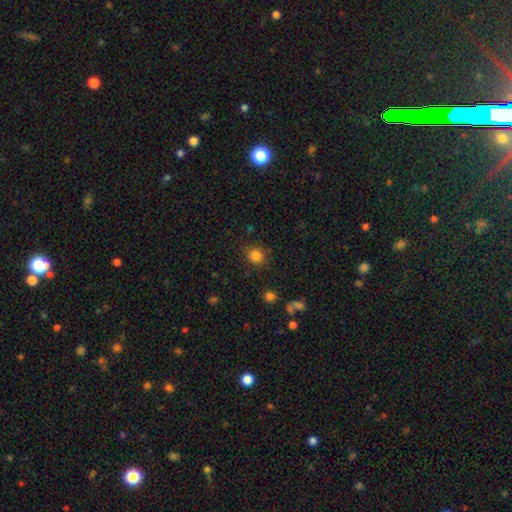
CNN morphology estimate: Smooth or featured?
  - smooth: 83% *
  - star or artifact: 12%
  - featured or disk: 5%
How rounded?
  - round: 86% *
  - in between: 13%
  - cigar-shaped: 1%
Merging?
  - none: 82% *
  - minor disturbance: 12%
  - major disturbance: 4%
  - merger: 2%